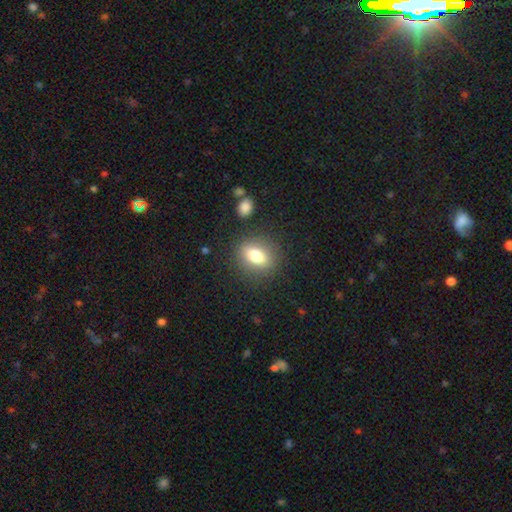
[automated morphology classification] Smooth or featured? smooth (77%)
How rounded? in between (63%)
Merging? none (84%)